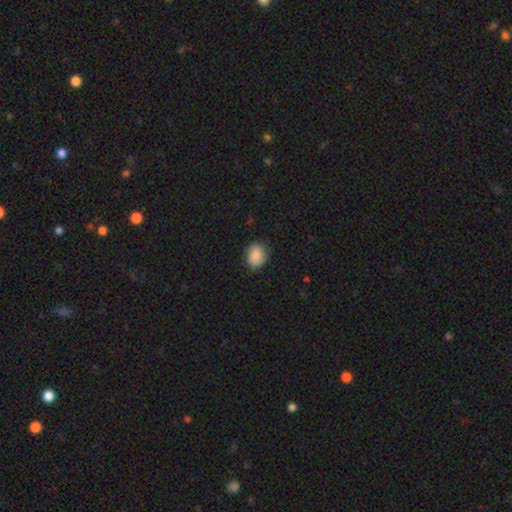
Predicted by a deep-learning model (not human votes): A smooth galaxy with no disk features (84%) that is in between round and cigar-shaped (58%). Merging: none (74%).